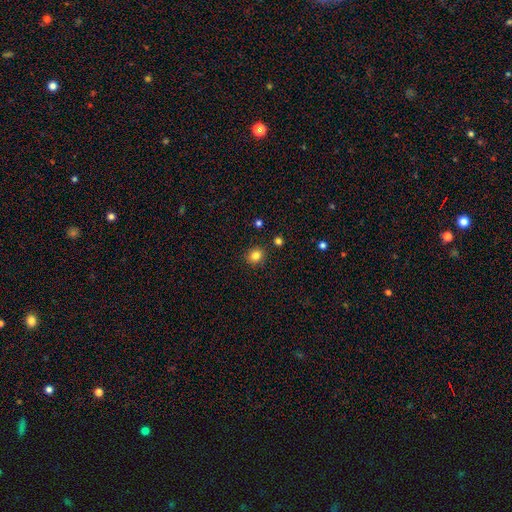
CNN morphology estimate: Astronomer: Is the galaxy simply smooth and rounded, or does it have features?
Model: smooth — 82%.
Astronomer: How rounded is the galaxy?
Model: round — 82%.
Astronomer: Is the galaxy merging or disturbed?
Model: none — 89%.